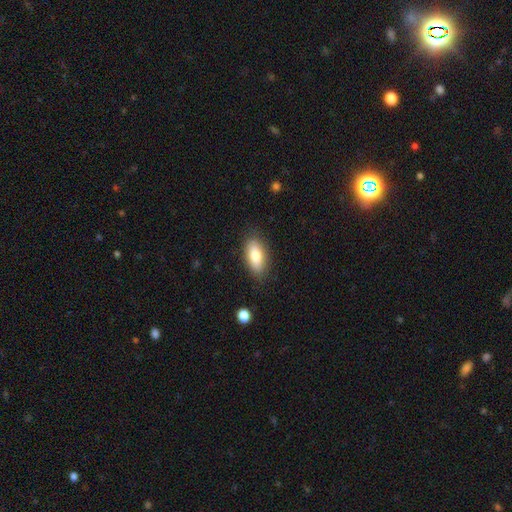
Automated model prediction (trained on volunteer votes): smooth_or_featured: smooth (p=0.79) [alt: featured or disk p=0.15]
how_rounded: in between (p=0.85) [alt: cigar-shaped p=0.12]
merging: none (p=0.85) [alt: minor disturbance p=0.11]